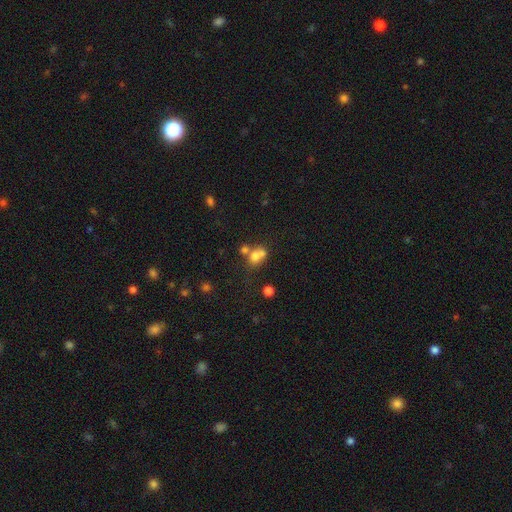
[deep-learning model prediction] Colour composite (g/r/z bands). It shows a smooth galaxy with no disk features (67%) that is round (65%). Merging: merger (56%).